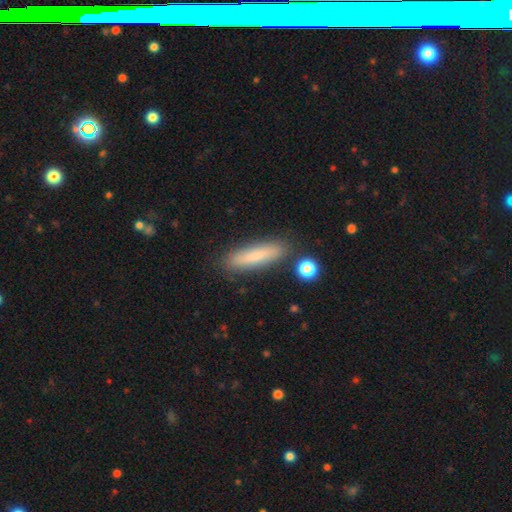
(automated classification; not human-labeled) This appears to be a smooth galaxy with no disk features (78%) that is cigar-shaped (80%). Merging: none (85%).